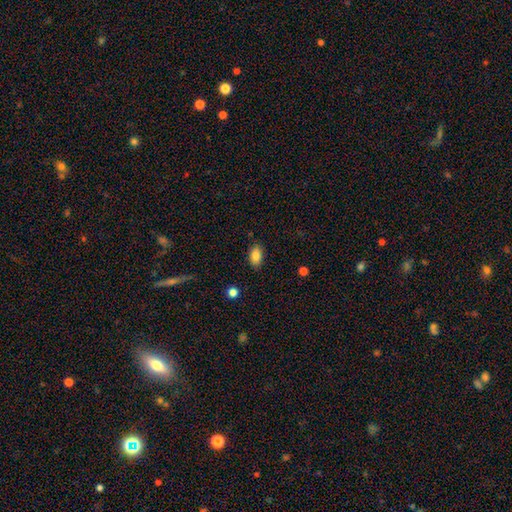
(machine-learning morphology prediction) Smooth or featured: smooth — 84% (star or artifact — 8%)
How rounded: in between — 90% (round — 8%)
Merging: none — 86% (minor disturbance — 10%)